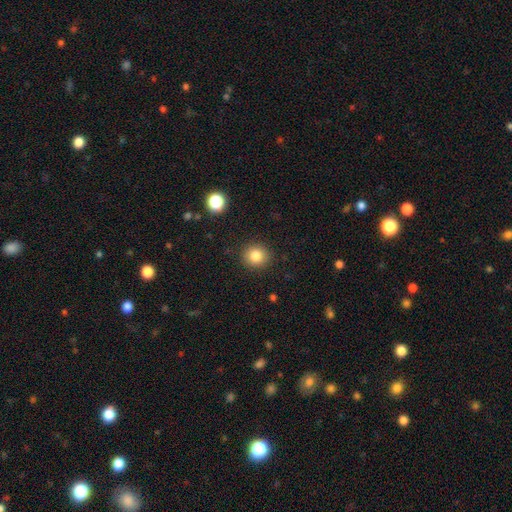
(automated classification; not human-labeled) Smooth or featured?
  - smooth: 83% *
  - star or artifact: 11%
  - featured or disk: 6%
How rounded?
  - round: 89% *
  - in between: 10%
  - cigar-shaped: 1%
Merging?
  - none: 90% *
  - minor disturbance: 6%
  - major disturbance: 2%
  - merger: 1%